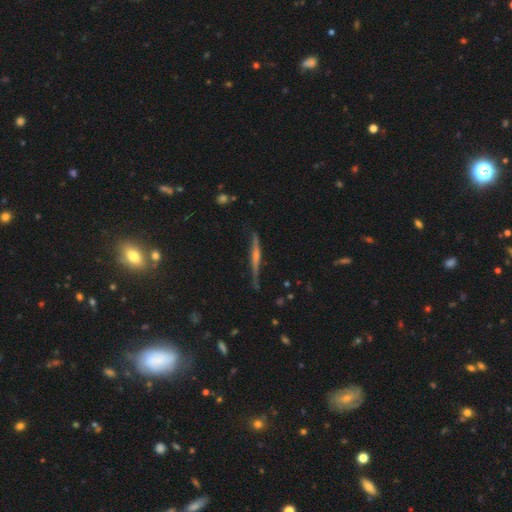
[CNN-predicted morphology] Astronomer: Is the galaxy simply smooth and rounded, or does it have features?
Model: featured or disk — 72%.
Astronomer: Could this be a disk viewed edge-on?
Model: yes — 96%.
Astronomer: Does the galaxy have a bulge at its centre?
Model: rounded — 65%.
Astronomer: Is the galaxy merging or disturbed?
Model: none — 80%.